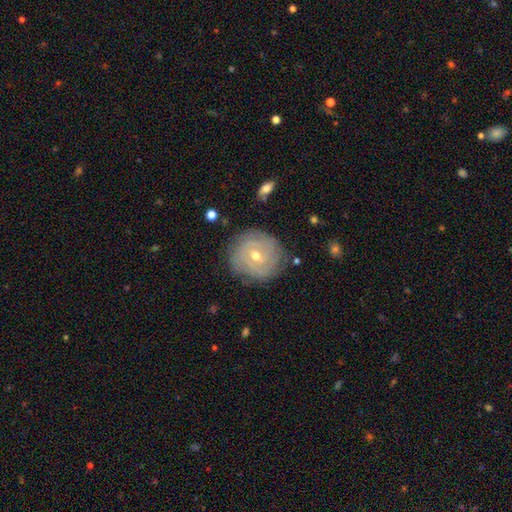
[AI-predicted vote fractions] smooth_or_featured: featured or disk (p=0.80) [alt: smooth p=0.13]
disk_edge_on: no (p=0.97) [alt: yes p=0.03]
bar: no (p=0.47) [alt: weak p=0.42]
has_spiral_arms: yes (p=0.92) [alt: no p=0.08]
spiral_winding: tight (p=0.81) [alt: medium p=0.16]
spiral_arm_count: can't tell (p=0.35) [alt: 2 p=0.24]
bulge_size: moderate (p=0.53) [alt: small p=0.44]
merging: none (p=0.82) [alt: minor disturbance p=0.13]